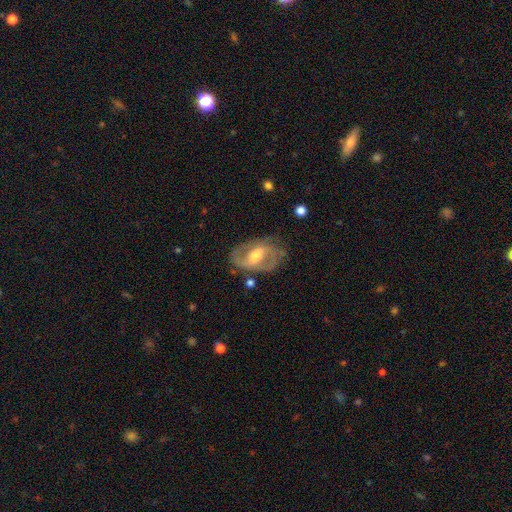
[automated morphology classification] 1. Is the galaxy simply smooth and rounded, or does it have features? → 82% featured or disk, 13% smooth, 5% star or artifact.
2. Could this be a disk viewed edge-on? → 96% no, 4% yes.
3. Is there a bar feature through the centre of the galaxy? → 45% weak, 34% strong, 21% no.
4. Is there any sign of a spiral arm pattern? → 89% yes, 11% no.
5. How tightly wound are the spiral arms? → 53% medium, 24% tight, 23% loose.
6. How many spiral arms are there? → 84% 2, 8% can't tell, 4% 1, 2% 3, 1% 4, 1% more than 4.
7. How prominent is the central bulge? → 62% moderate, 29% small, 6% large, 2% none, 1% dominant.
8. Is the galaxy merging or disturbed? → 72% none, 18% minor disturbance, 8% major disturbance, 2% merger.